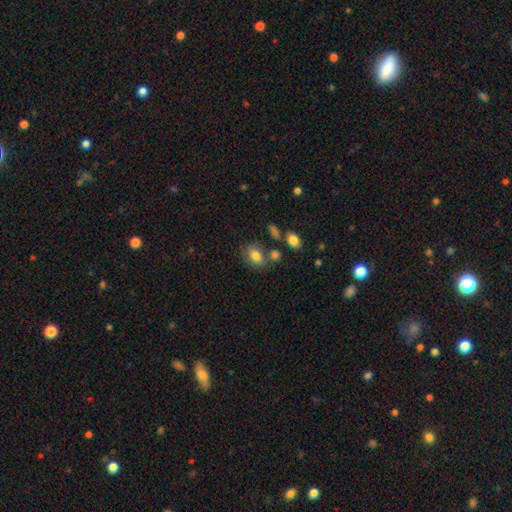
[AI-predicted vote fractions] The model was most divided on "merging": none: 64%, minor disturbance: 17%, merger: 13%, major disturbance: 6%. More confident: smooth or featured — smooth (78%); how rounded — in between (77%).